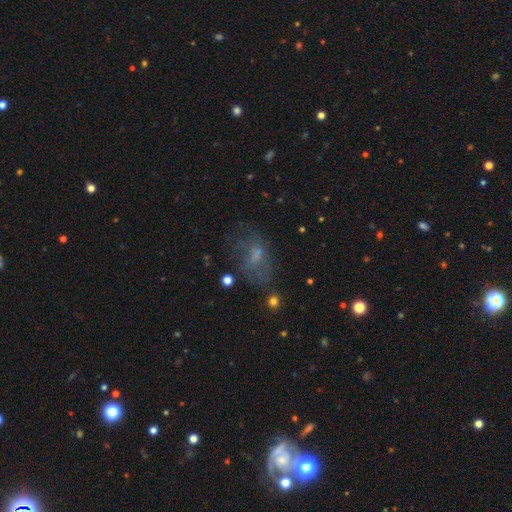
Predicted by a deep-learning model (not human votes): This is marginally a smooth galaxy (44%). Merging: possibly none (48%).